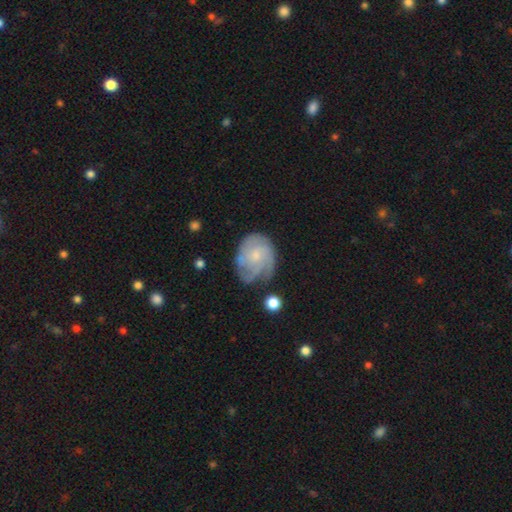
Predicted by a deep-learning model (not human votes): featured or disk 70%, smooth 24%, star or artifact 7%. Down the decision tree: edge-on disk — no (98%); bar — no (74%); spiral arms — yes (89%); spiral arm count — can't tell (35%); spiral winding — tight (50%); bulge size — small (57%); merging — none (56%).